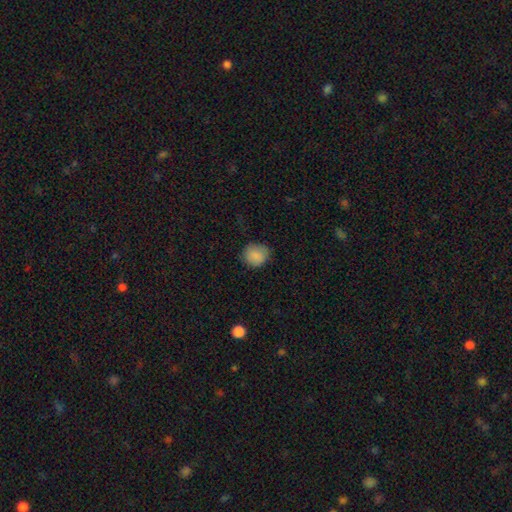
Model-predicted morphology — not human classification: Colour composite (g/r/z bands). It shows a smooth galaxy with no disk features (87%) that is round (82%). Merging: none (80%).